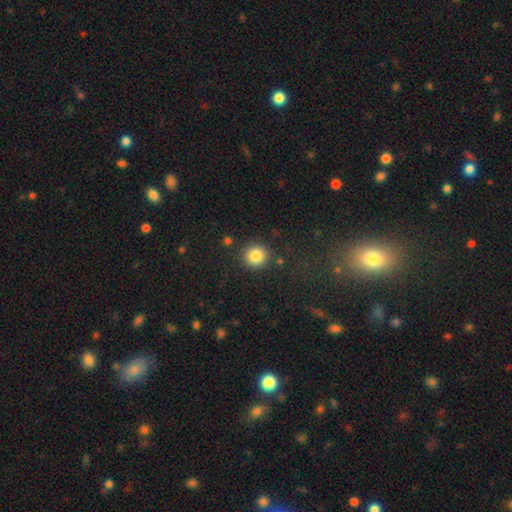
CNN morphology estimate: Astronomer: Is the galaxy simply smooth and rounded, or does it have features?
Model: smooth — 85%.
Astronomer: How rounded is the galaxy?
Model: round — 92%.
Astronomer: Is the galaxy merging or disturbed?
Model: none — 88%.